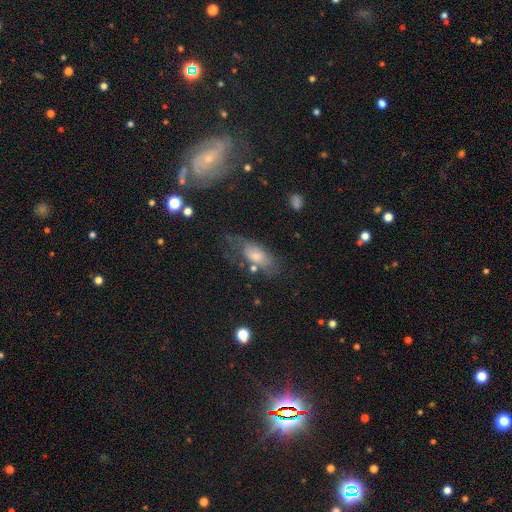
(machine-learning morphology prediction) smooth-or-featured: smooth: 44% | featured or disk: 42% | star or artifact: 13%
  merging: none: 55% | minor disturbance: 24% | major disturbance: 16% | merger: 5%